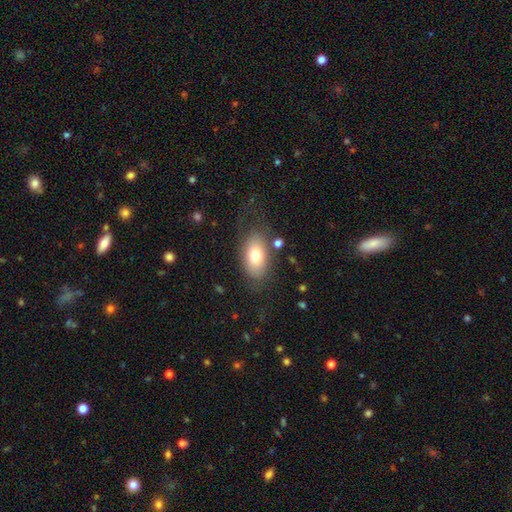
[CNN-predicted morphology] A smooth galaxy with no disk features (71%) that is in between round and cigar-shaped (90%).

Vote fractions:
- Smooth or featured? smooth: 71% / featured or disk: 21% / star or artifact: 8%
- How rounded? in between: 90% / round: 8% / cigar-shaped: 2%
- Merging? none: 67% / minor disturbance: 17% / major disturbance: 13% / merger: 3%